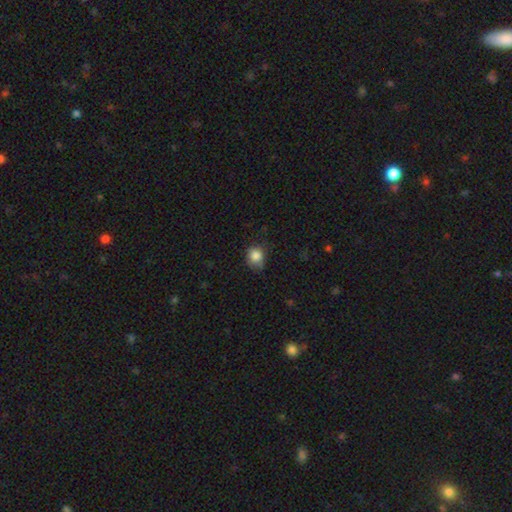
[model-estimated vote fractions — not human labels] The model was most divided on "merging": none: 60%, minor disturbance: 31%, major disturbance: 7%, merger: 2%. More confident: smooth or featured — smooth (84%); how rounded — round (71%).